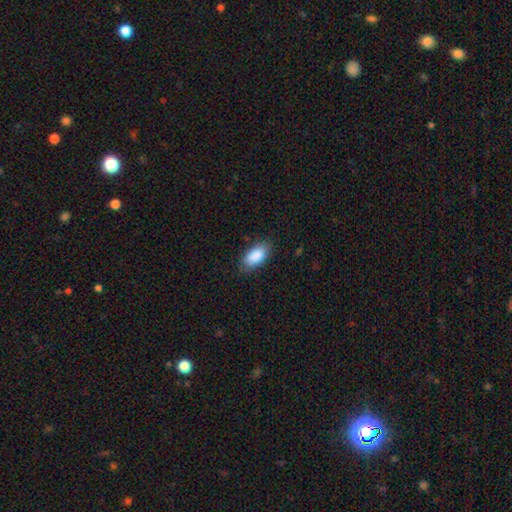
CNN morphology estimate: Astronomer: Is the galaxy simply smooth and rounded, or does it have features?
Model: smooth — 89%.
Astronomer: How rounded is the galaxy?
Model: in between — 92%.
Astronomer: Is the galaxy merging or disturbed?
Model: none — 82%.